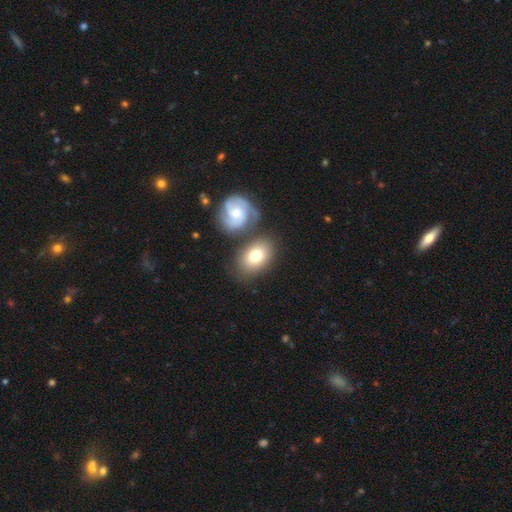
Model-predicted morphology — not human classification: Overall: smooth (68%). How rounded: in between (81%). Merging: none (64%).